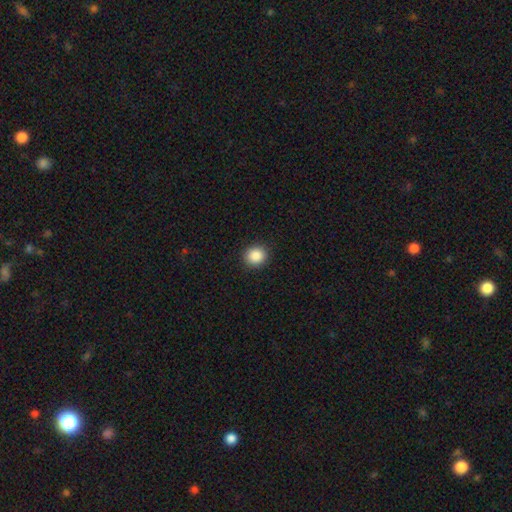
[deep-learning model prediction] Morphology: type=smooth (88%); roundness=round (84%); merging=none (91%).